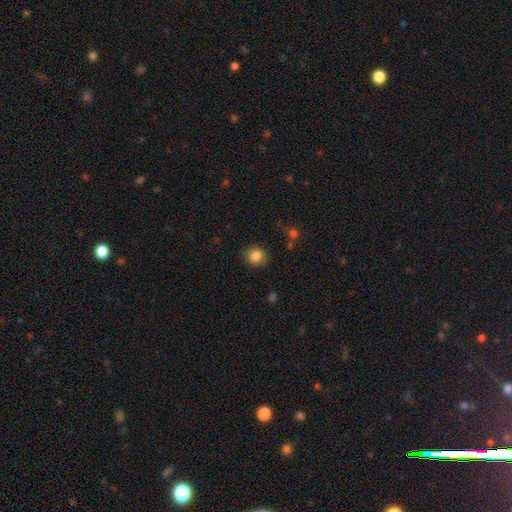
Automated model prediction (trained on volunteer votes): This is clearly a smooth galaxy (86%). How rounded: clearly round (83%). Merging: clearly none (87%).